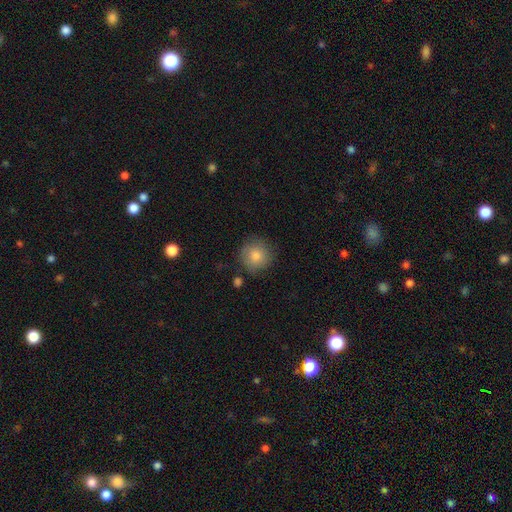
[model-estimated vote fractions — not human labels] This appears to be a smooth galaxy with no disk features (81%) that is round (94%). Merging: none (84%).